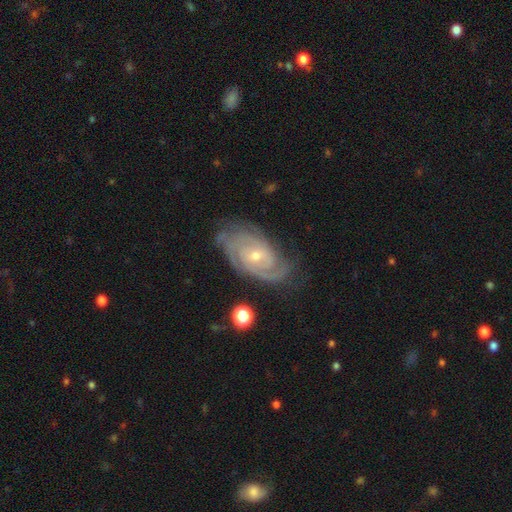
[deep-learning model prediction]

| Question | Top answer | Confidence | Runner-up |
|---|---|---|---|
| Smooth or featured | featured or disk | 89% | smooth (6%) |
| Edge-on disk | no | 96% | yes (4%) |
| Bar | no | 60% | weak (32%) |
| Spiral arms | yes | 98% | no (2%) |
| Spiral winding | tight | 72% | medium (24%) |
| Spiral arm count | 2 | 37% | 3 (24%) |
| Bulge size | small | 64% | moderate (33%) |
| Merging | none | 71% | minor disturbance (20%) |